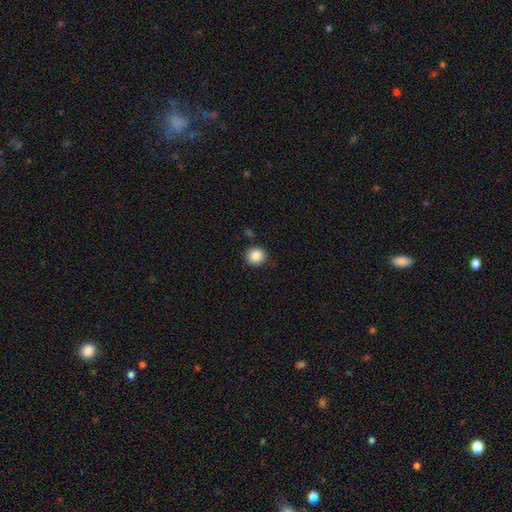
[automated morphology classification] Smooth or featured: smooth — 86% (star or artifact — 9%)
How rounded: round — 87% (in between — 12%)
Merging: none — 86% (minor disturbance — 9%)